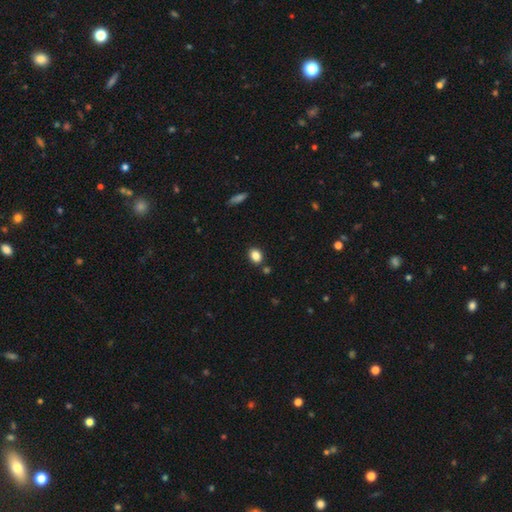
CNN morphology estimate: A smooth galaxy with no disk features (84%) that is in between round and cigar-shaped (58%).

Vote fractions:
- Smooth or featured? smooth: 84% / star or artifact: 10% / featured or disk: 5%
- How rounded? in between: 58% / round: 41% / cigar-shaped: 1%
- Merging? none: 84% / minor disturbance: 9% / merger: 5% / major disturbance: 2%